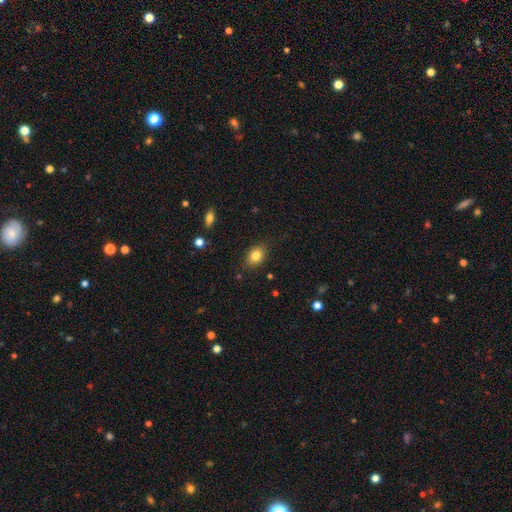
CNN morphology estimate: The model was most divided on "how rounded": in between: 75%, round: 23%, cigar-shaped: 2%. More confident: merging — none (82%); smooth or featured — smooth (82%).